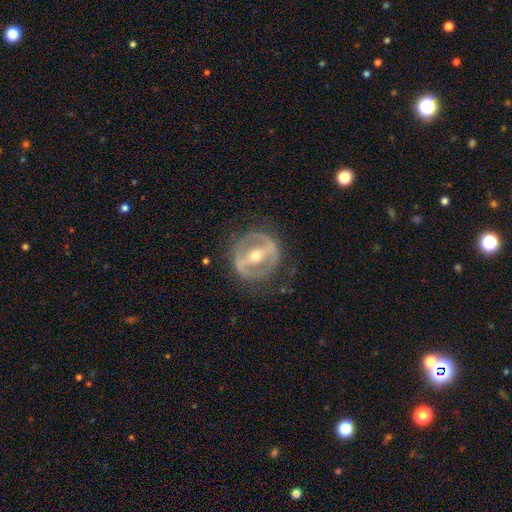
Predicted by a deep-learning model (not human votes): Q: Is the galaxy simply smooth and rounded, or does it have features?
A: featured or disk — 80%.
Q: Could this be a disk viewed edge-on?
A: no — 92%.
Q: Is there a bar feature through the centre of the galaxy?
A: strong — 66%.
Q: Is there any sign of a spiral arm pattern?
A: no — 64%.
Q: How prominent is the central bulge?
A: moderate — 67%.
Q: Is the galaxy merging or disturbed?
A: none — 75%.